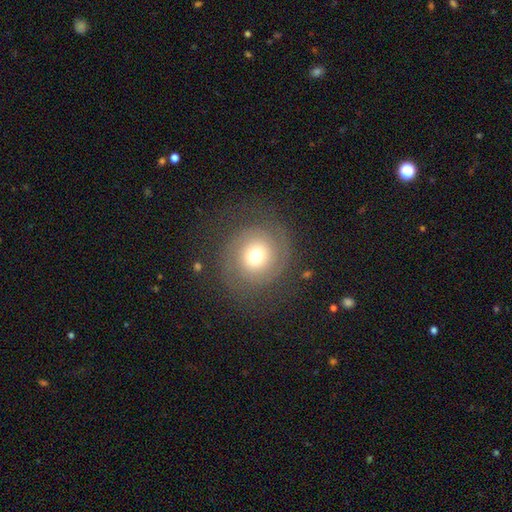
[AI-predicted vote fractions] smooth-or-featured: featured or disk: 47% | smooth: 42% | star or artifact: 11%
  merging: none: 74% | minor disturbance: 12% | major disturbance: 12% | merger: 2%